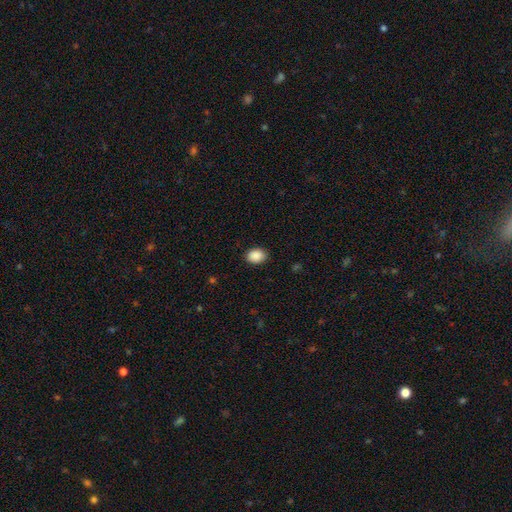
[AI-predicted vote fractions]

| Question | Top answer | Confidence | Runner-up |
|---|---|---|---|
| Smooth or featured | smooth | 90% | star or artifact (8%) |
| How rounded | in between | 70% | round (29%) |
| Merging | none | 89% | minor disturbance (8%) |